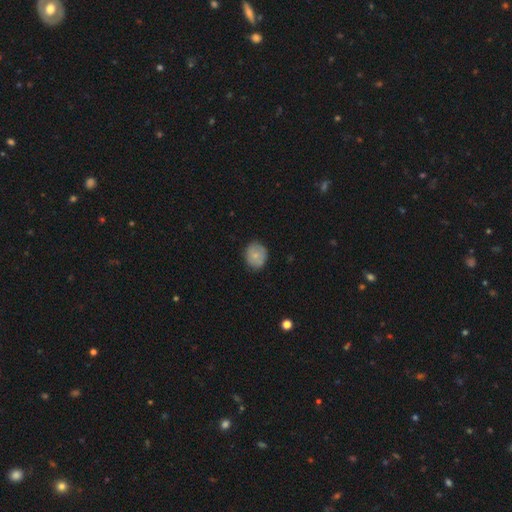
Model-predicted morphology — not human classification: Smooth or featured? Predicted: smooth (p=0.70). How rounded? Predicted: round (p=0.69). Merging? Predicted: none (p=0.80).